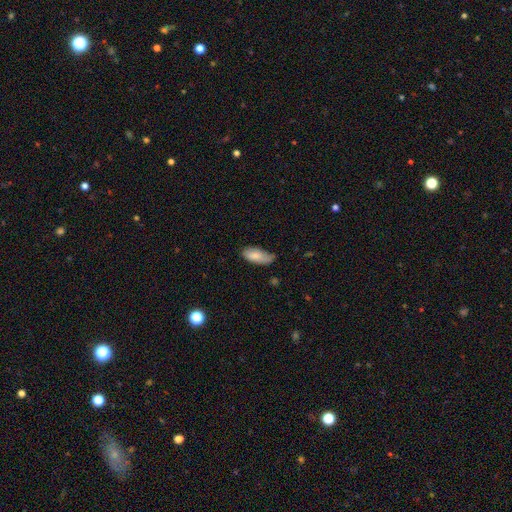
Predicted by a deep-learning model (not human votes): A smooth galaxy with no disk features (83%) that is in between round and cigar-shaped (87%).

Vote fractions:
- Smooth or featured? smooth: 83% / featured or disk: 10% / star or artifact: 7%
- How rounded? in between: 87% / cigar-shaped: 11% / round: 2%
- Merging? none: 54% / minor disturbance: 37% / major disturbance: 6% / merger: 2%